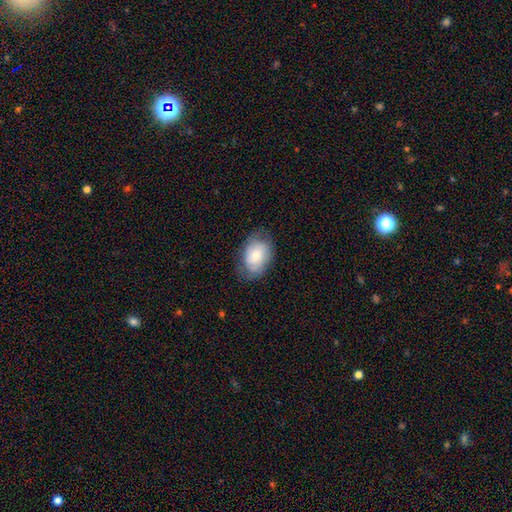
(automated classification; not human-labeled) Overall: smooth (63%; featured or disk 29%). How rounded: in between (82%). Merging: none (70%).